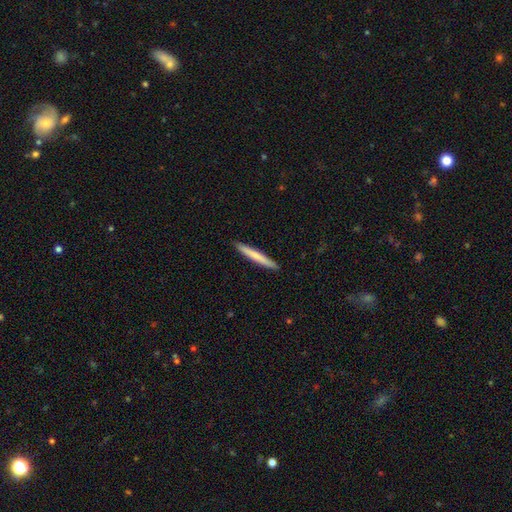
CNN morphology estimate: smooth 69%, featured or disk 26%, star or artifact 5%. Down the decision tree: how rounded — cigar-shaped (97%); merging — none (92%).